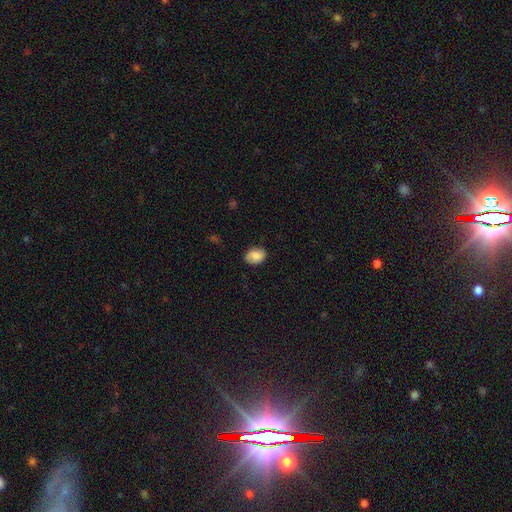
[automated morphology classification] Overall: smooth (79%). How rounded: in between (72%). Merging: none (80%).